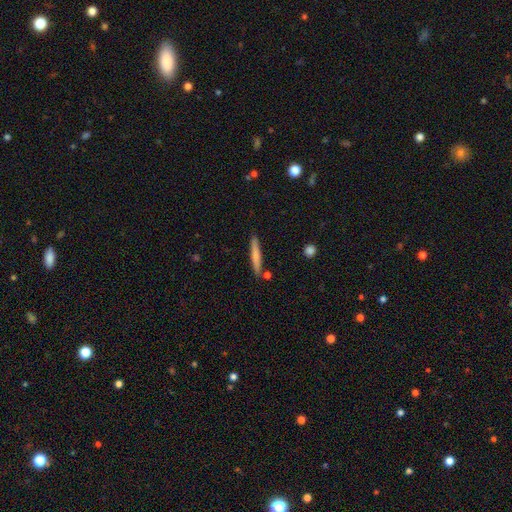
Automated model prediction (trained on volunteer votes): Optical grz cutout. It shows a smooth galaxy with no disk features (70%) that is cigar-shaped (95%). Merging: none (84%).